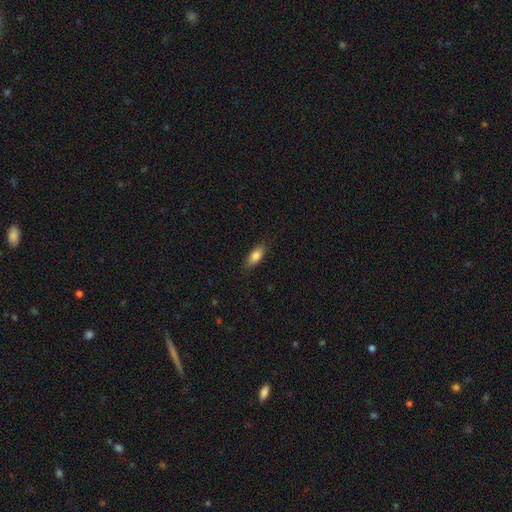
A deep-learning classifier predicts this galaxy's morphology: Q: Smooth or featured?
A: smooth (82%); runner-up: featured or disk (11%)
Q: How rounded?
A: in between (80%); runner-up: cigar-shaped (17%)
Q: Merging?
A: none (85%); runner-up: minor disturbance (12%)